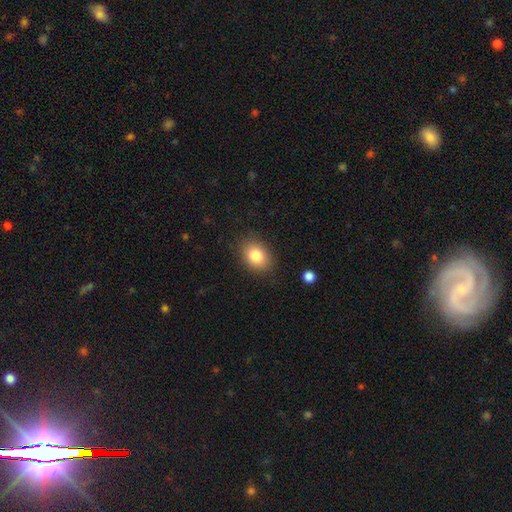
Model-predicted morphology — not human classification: smooth_or_featured: smooth (p=0.82) [alt: star or artifact p=0.09]
how_rounded: in between (p=0.71) [alt: round p=0.28]
merging: none (p=0.85) [alt: minor disturbance p=0.11]